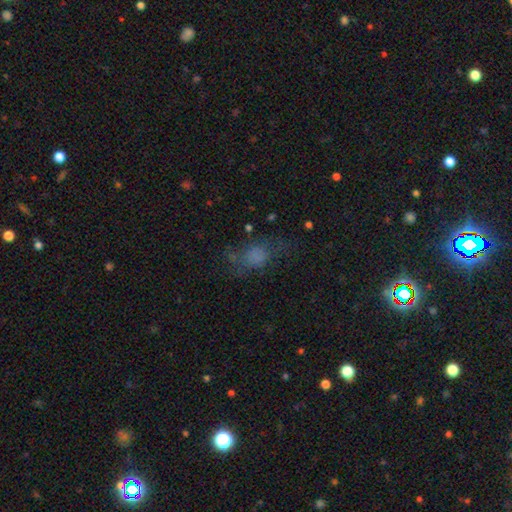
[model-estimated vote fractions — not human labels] smooth-or-featured: smooth: 62% | featured or disk: 21% | star or artifact: 17%
  how-rounded: in between: 62% | round: 33% | cigar-shaped: 5%
  merging: none: 47% | major disturbance: 27% | minor disturbance: 23% | merger: 3%